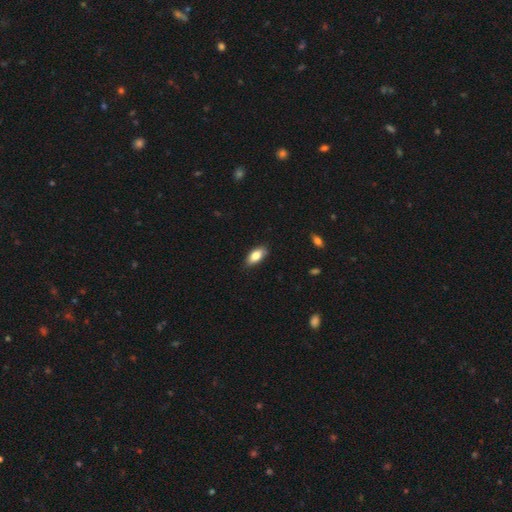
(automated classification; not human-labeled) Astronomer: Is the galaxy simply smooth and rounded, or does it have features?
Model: smooth — 82%.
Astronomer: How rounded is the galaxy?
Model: in between — 88%.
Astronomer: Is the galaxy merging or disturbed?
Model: none — 85%.